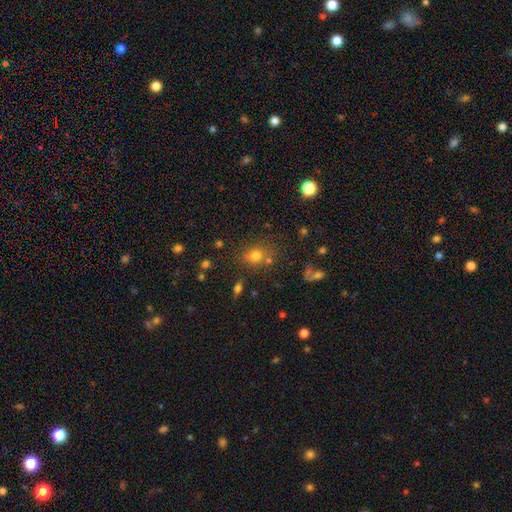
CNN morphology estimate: smooth_or_featured: smooth (p=0.71) [alt: star or artifact p=0.19]
how_rounded: round (p=0.66) [alt: in between p=0.32]
merging: none (p=0.65) [alt: minor disturbance p=0.15]